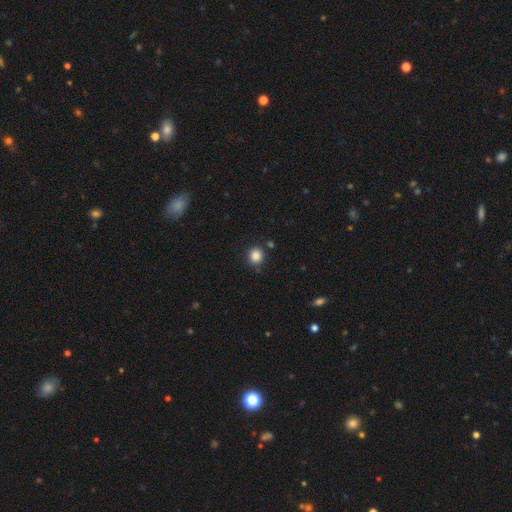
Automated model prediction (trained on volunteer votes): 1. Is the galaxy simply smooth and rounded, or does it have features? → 86% smooth, 11% star or artifact, 4% featured or disk.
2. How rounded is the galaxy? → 87% round, 12% in between, 1% cigar-shaped.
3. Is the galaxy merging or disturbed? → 83% none, 10% minor disturbance, 4% merger, 3% major disturbance.